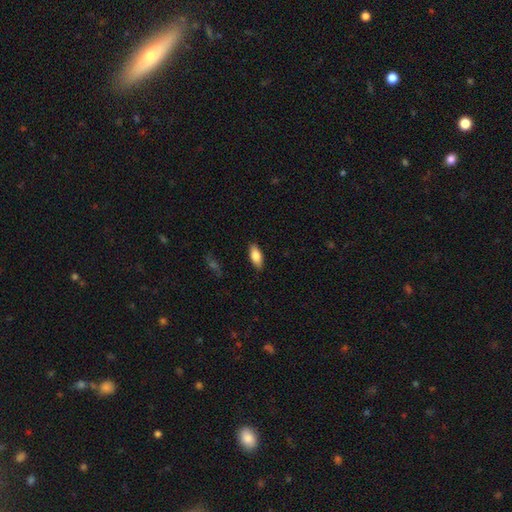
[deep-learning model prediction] This appears to be a smooth galaxy with no disk features (83%) that is in between round and cigar-shaped (84%). Merging: none (86%).